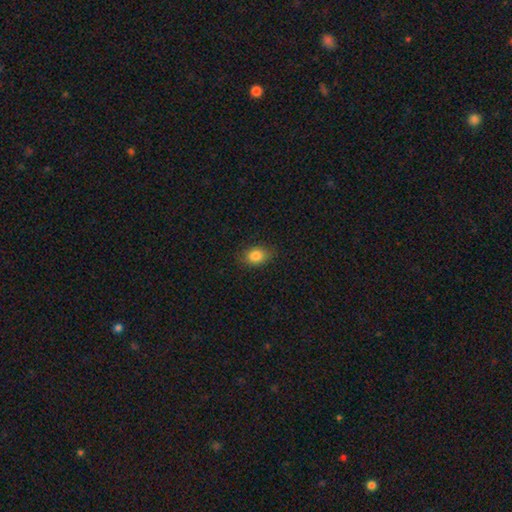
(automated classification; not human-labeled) smooth 84%, star or artifact 9%, featured or disk 7%. Down the decision tree: how rounded — in between (68%); merging — none (83%).